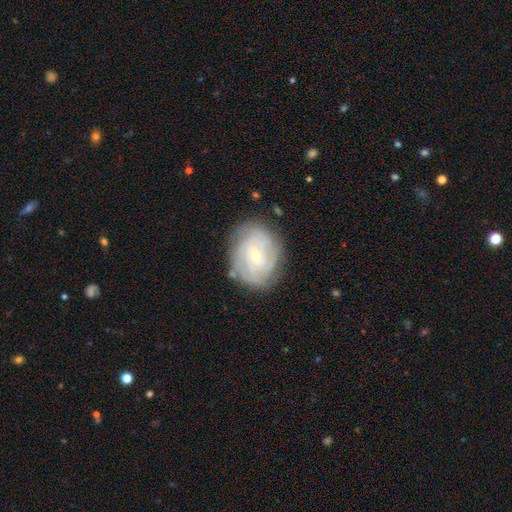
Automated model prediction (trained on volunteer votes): The model was most divided on "bar": no: 57%, weak: 36%, strong: 7%. Remaining: edge-on disk — no (97%); spiral arms — yes (87%); merging — none (77%); smooth or featured — featured or disk (74%); spiral winding — tight (72%); bulge size — small (63%); spiral arm count — can't tell (47%).